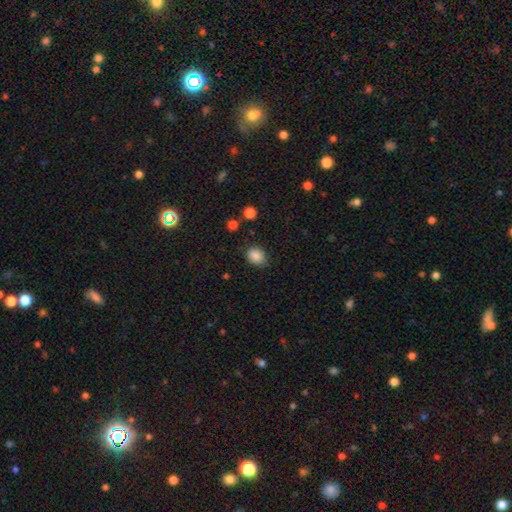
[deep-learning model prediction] Q: Smooth or featured?
A: smooth (86%); runner-up: star or artifact (10%)
Q: How rounded?
A: round (56%); runner-up: in between (43%)
Q: Merging?
A: none (75%); runner-up: minor disturbance (19%)